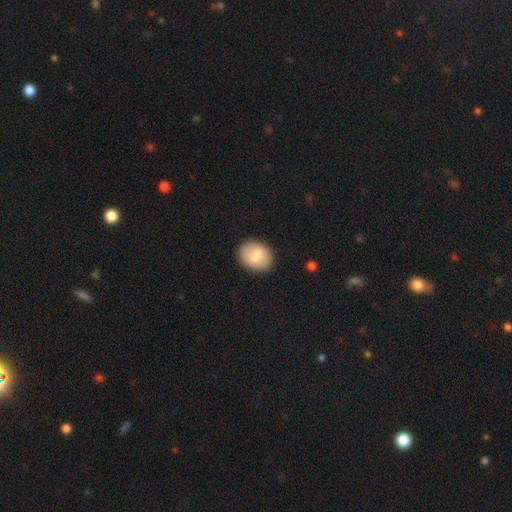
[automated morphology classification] The model was most divided on "how rounded": round: 50%, in between: 49%, cigar-shaped: 1%. More confident: merging — none (88%); smooth or featured — smooth (76%).